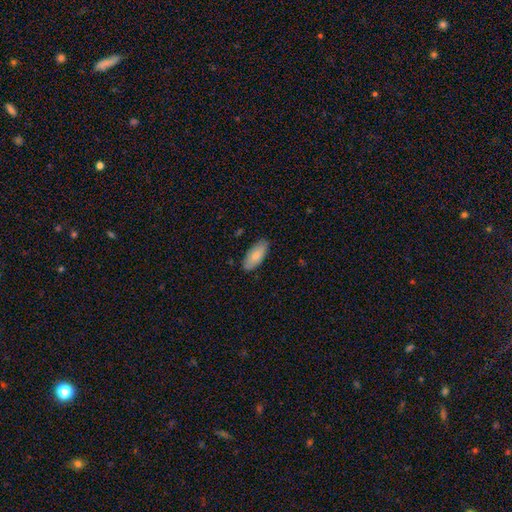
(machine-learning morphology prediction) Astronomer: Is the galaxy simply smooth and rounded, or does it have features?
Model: smooth — 81%.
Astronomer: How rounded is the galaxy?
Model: in between — 85%.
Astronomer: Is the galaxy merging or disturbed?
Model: none — 84%.